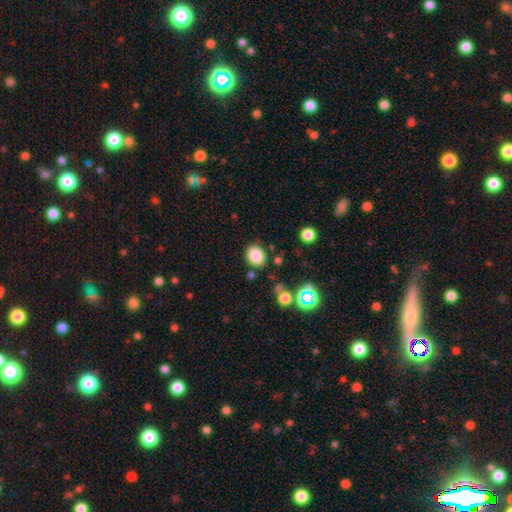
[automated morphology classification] This appears to be a smooth galaxy with no disk features (84%) that is in between round and cigar-shaped (54%). Merging: none (80%).